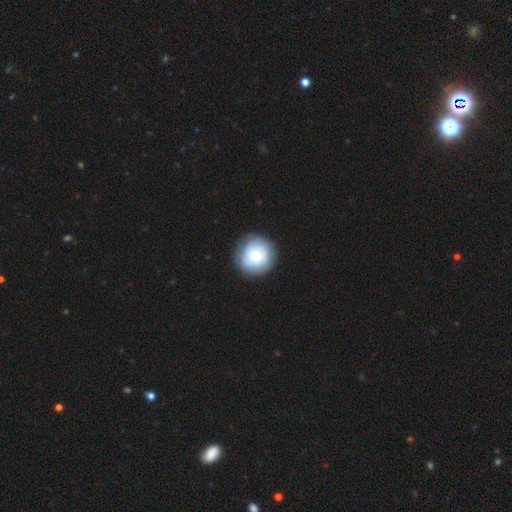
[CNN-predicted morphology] This appears to be a smooth galaxy with no disk features (68%) that is round (94%). Merging: none (84%).